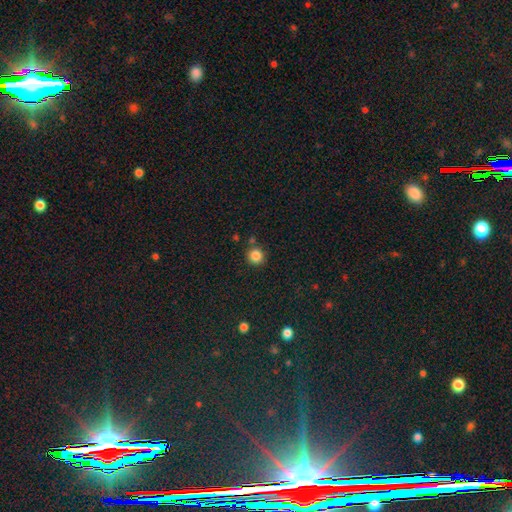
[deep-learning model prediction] smooth 84%, star or artifact 11%, featured or disk 4%. Down the decision tree: how rounded — round (94%); merging — none (84%).